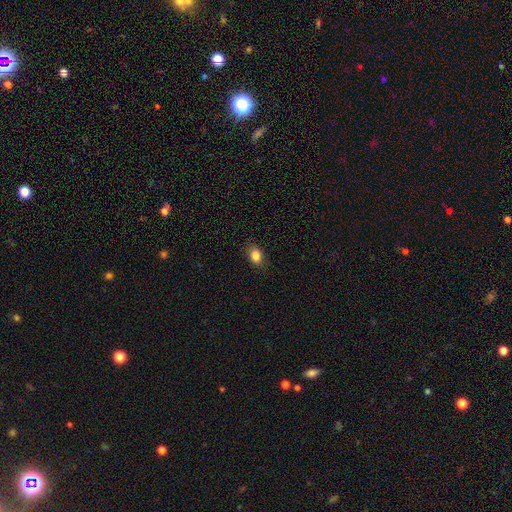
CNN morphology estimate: smooth-or-featured: smooth: 85% | star or artifact: 9% | featured or disk: 6%
  how-rounded: in between: 79% | round: 19% | cigar-shaped: 2%
  merging: none: 85% | minor disturbance: 12% | major disturbance: 3% | merger: 1%